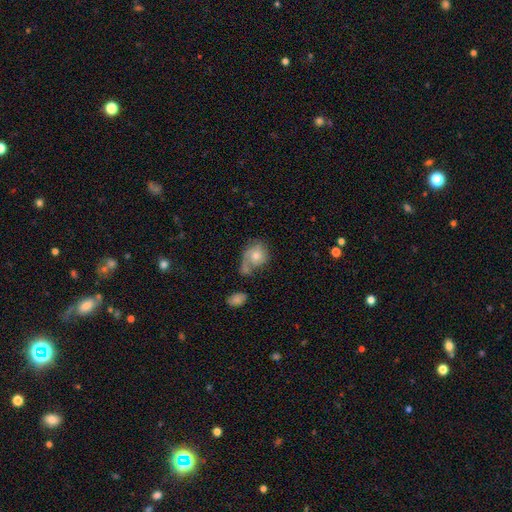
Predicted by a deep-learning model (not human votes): Smooth or featured: featured or disk — 53% (smooth — 37%)
Edge-on disk: no — 97% (yes — 3%)
Bar: no — 77% (weak — 20%)
Spiral arms: yes — 80% (no — 20%)
Bulge size: moderate — 60% (small — 29%)
Merging: none — 42% (minor disturbance — 22%)